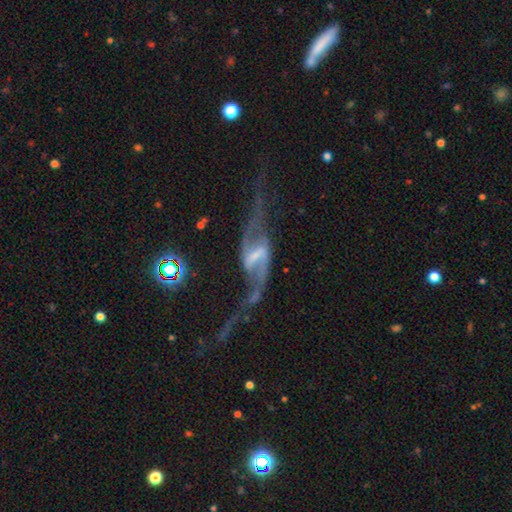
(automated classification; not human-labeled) smooth_or_featured: featured or disk (p=0.88) [alt: smooth p=0.06]
disk_edge_on: no (p=0.95) [alt: yes p=0.05]
bar: strong (p=0.56) [alt: weak p=0.36]
has_spiral_arms: yes (p=0.94) [alt: no p=0.06]
spiral_winding: loose (p=0.86) [alt: medium p=0.11]
spiral_arm_count: 2 (p=0.94) [alt: 1 p=0.02]
bulge_size: none (p=0.36) [alt: small p=0.33]
merging: none (p=0.55) [alt: major disturbance p=0.25]